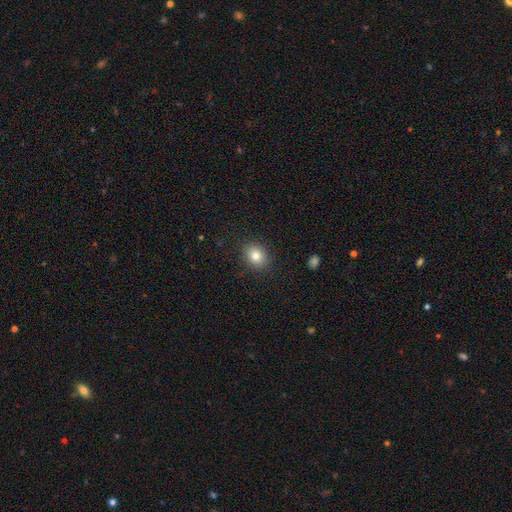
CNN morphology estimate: smooth_or_featured: smooth (p=0.80) [alt: star or artifact p=0.11]
how_rounded: round (p=0.58) [alt: in between p=0.41]
merging: none (p=0.88) [alt: minor disturbance p=0.08]